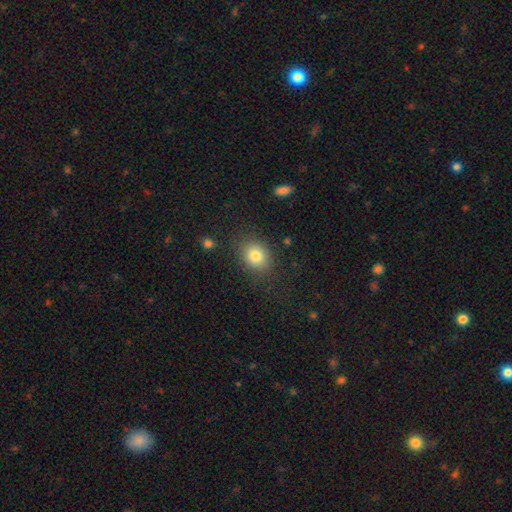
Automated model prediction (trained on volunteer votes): smooth-or-featured: smooth: 80% | star or artifact: 11% | featured or disk: 8%
  how-rounded: round: 54% | in between: 45% | cigar-shaped: 1%
  merging: none: 85% | minor disturbance: 10% | major disturbance: 3% | merger: 1%